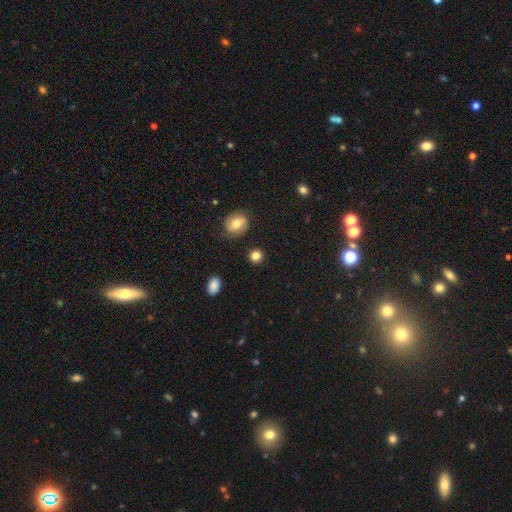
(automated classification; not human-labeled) Smooth or featured: smooth — 84% (star or artifact — 10%)
How rounded: round — 88% (in between — 11%)
Merging: none — 88% (minor disturbance — 7%)